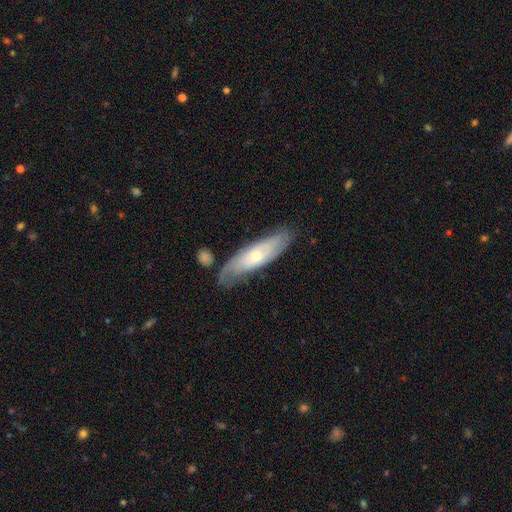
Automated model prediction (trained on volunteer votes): A featured or disk galaxy (60%). Merging: none (67%).